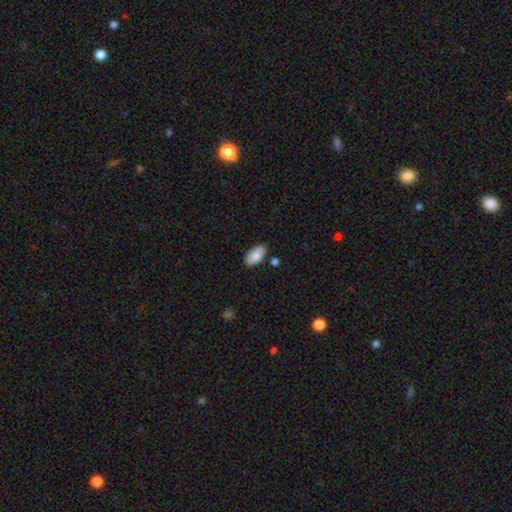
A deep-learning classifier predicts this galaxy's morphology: Q: Smooth or featured?
A: smooth (86%); runner-up: featured or disk (8%)
Q: How rounded?
A: in between (95%); runner-up: cigar-shaped (3%)
Q: Merging?
A: none (81%); runner-up: minor disturbance (12%)